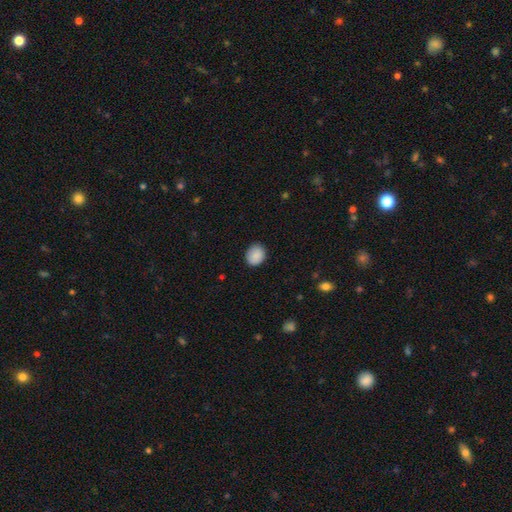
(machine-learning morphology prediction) smooth_or_featured: smooth (p=0.89) [alt: star or artifact p=0.08]
how_rounded: round (p=0.60) [alt: in between p=0.39]
merging: none (p=0.86) [alt: minor disturbance p=0.11]